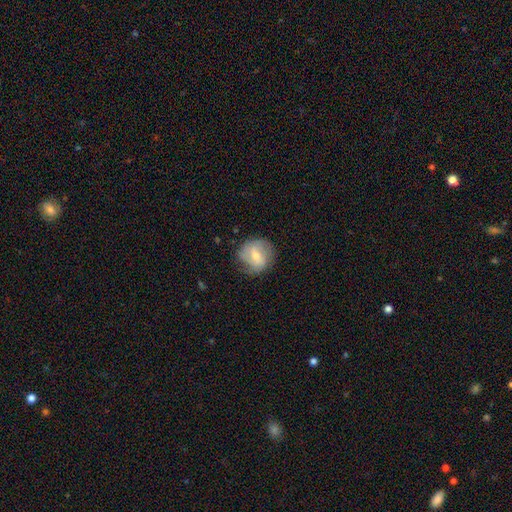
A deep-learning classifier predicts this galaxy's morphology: This appears to be a smooth galaxy with no disk features (50%) that is round (81%). Merging: none (69%).